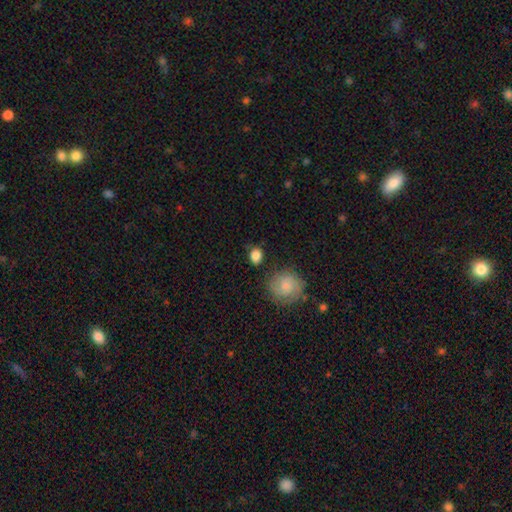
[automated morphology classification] Q: Smooth or featured?
A: smooth (82%); runner-up: featured or disk (10%)
Q: How rounded?
A: round (55%); runner-up: in between (44%)
Q: Merging?
A: none (74%); runner-up: minor disturbance (16%)